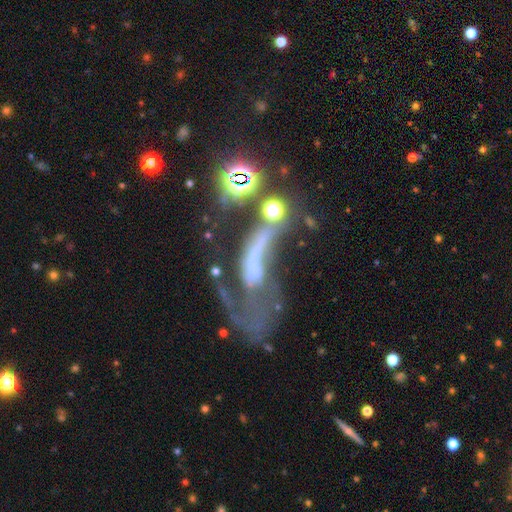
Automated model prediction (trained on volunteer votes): This appears to be a featured or disk galaxy (61%) with no bar (57%), spiral arms (53%) and no central bulge (46%). Merging: major disturbance (45%).